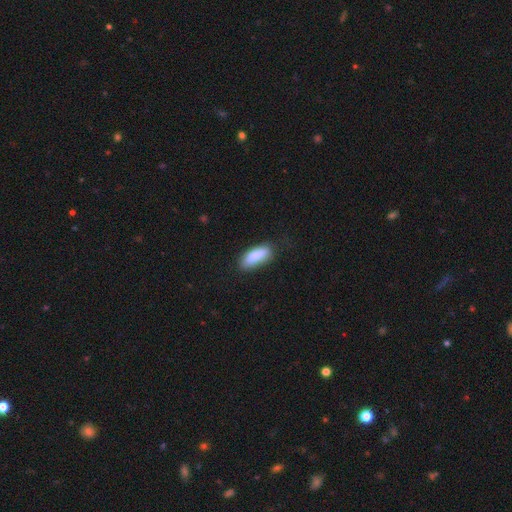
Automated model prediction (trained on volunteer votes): Smooth or featured?
  - smooth: 85% *
  - featured or disk: 9%
  - star or artifact: 6%
How rounded?
  - in between: 72% *
  - cigar-shaped: 26%
  - round: 2%
Merging?
  - none: 73% *
  - minor disturbance: 21%
  - major disturbance: 5%
  - merger: 2%